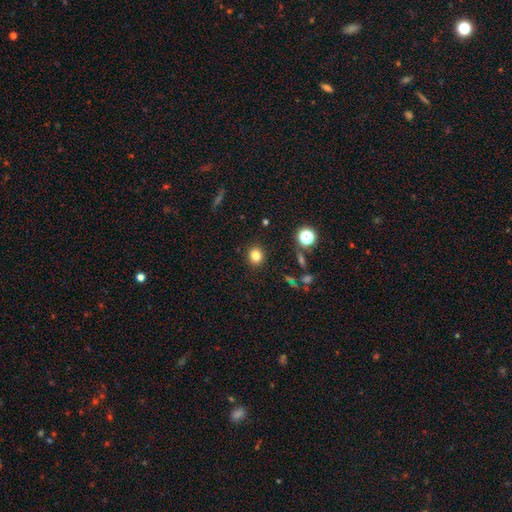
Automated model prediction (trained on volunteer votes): A smooth galaxy with no disk features (80%) that is round (83%). Merging: none (90%).